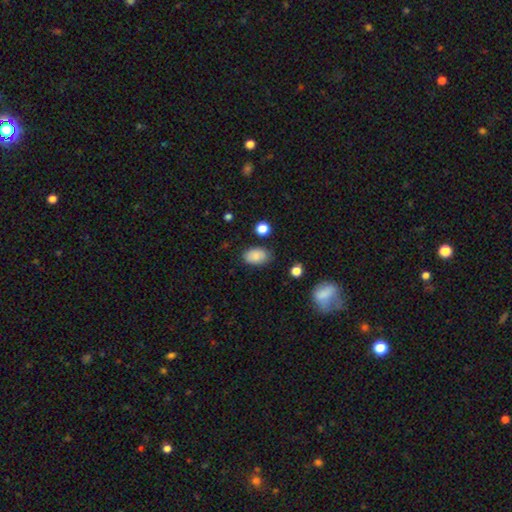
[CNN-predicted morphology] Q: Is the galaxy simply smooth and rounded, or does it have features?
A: smooth — 86%.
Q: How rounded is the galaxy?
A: in between — 88%.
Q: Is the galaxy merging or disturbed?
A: none — 78%.